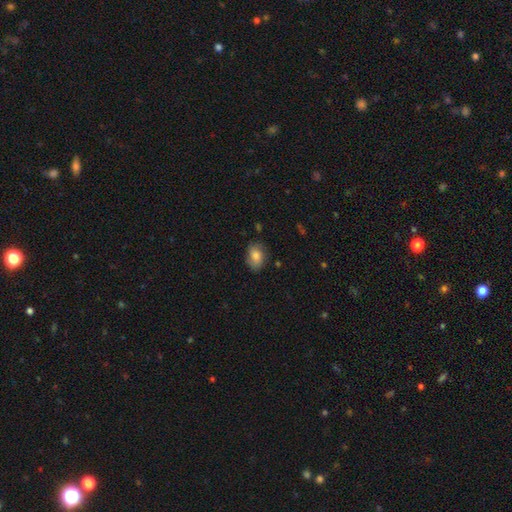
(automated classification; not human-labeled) This appears to be a smooth galaxy with no disk features (66%) that is in between round and cigar-shaped (75%). Merging: none (73%).